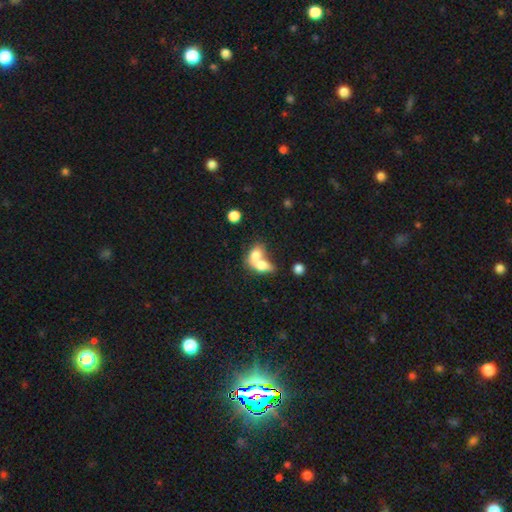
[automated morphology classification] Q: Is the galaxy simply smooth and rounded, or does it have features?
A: smooth — 73%.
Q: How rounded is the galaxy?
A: in between — 74%.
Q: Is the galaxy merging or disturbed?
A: merger — 78%.